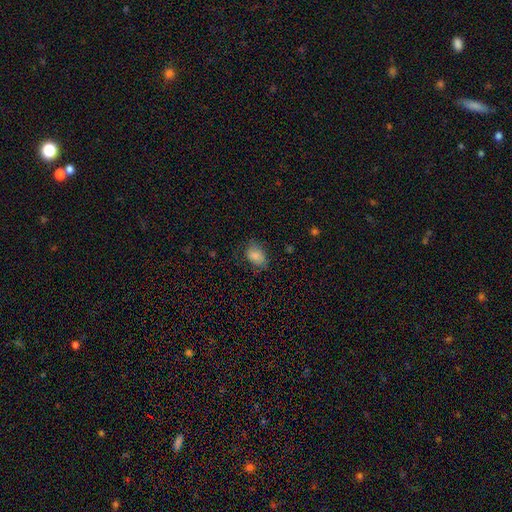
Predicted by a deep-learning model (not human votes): Overall: smooth (81%). How rounded: in between (80%). Merging: none (63%; minor disturbance 25%).